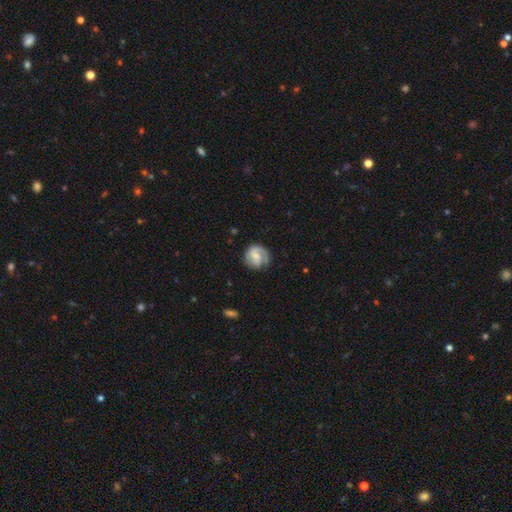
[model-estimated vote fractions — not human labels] Overall: featured or disk (61%; smooth 32%). Edge-on disk: no (98%). Bar: weak (49%; no 38%). Spiral arms: yes (90%). Spiral arm count: 2 (52%; 1 29%). Spiral winding: tight (42%; medium 39%). Bulge size: small (41%; moderate 33%). Merging: none (67%).